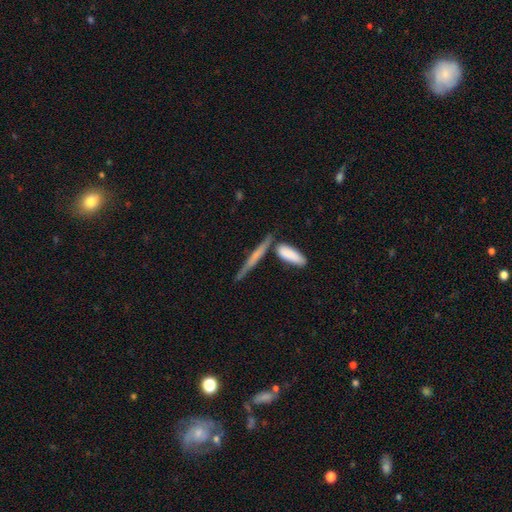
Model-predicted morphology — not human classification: smooth-or-featured: smooth: 48% | featured or disk: 45% | star or artifact: 8%
  merging: none: 63% | merger: 19% | minor disturbance: 14% | major disturbance: 5%